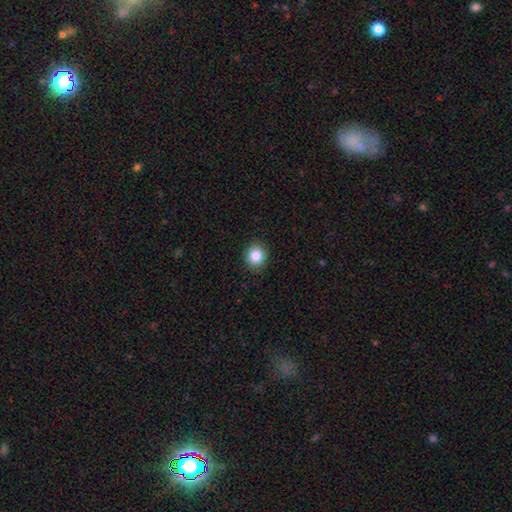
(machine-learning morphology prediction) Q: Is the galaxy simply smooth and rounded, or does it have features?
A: smooth — 84%.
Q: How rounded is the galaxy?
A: round — 84%.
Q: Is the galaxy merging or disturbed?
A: none — 91%.